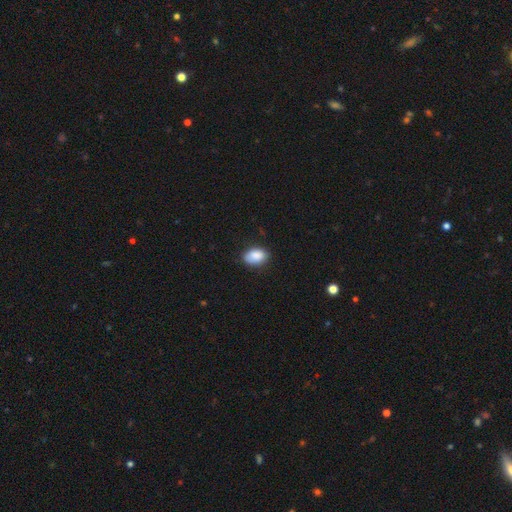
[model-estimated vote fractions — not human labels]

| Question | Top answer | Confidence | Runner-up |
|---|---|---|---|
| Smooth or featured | smooth | 89% | star or artifact (7%) |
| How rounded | in between | 88% | round (11%) |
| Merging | none | 80% | minor disturbance (16%) |